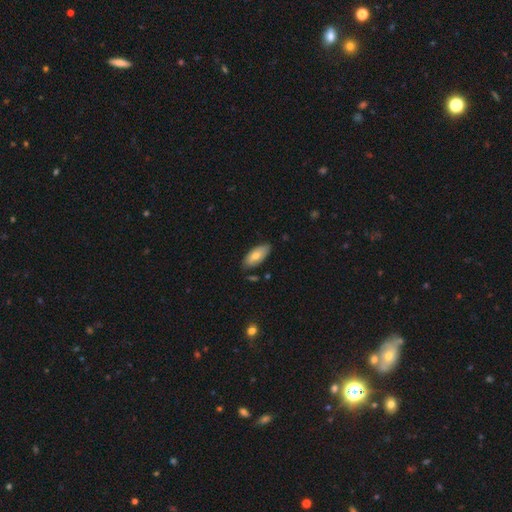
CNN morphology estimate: smooth 70%, featured or disk 24%, star or artifact 6%. Down the decision tree: how rounded — in between (89%); merging — none (80%).